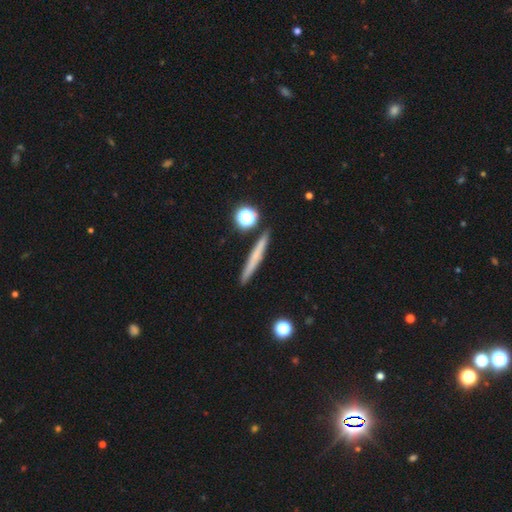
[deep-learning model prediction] smooth_or_featured: smooth (p=0.59) [alt: featured or disk p=0.33]
how_rounded: cigar-shaped (p=0.94) [alt: in between p=0.03]
merging: none (p=0.89) [alt: minor disturbance p=0.07]